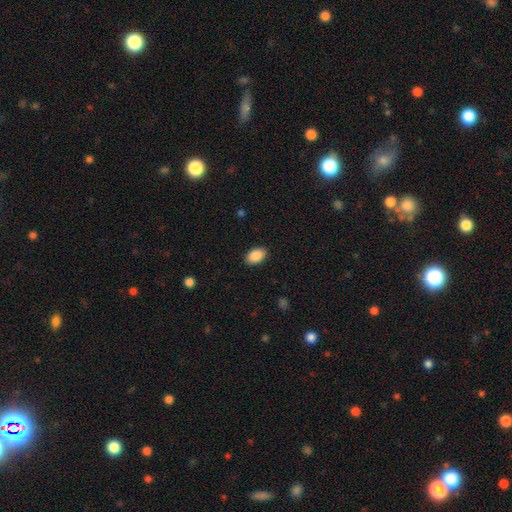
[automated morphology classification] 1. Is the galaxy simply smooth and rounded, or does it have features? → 90% smooth, 7% star or artifact, 3% featured or disk.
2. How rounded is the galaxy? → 90% in between, 9% round, 1% cigar-shaped.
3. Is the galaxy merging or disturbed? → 89% none, 8% minor disturbance, 2% major disturbance, 1% merger.